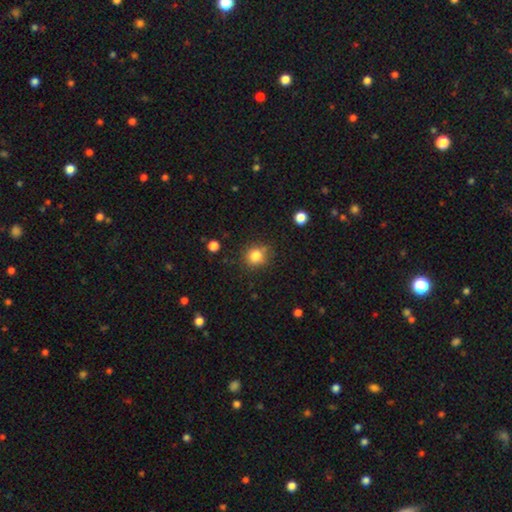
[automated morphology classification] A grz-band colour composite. It shows a smooth galaxy with no disk features (82%) that is round (82%). Merging: none (77%).